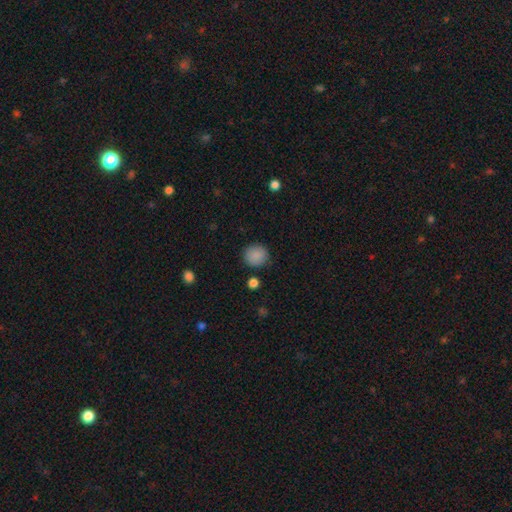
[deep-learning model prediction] The model was most divided on "how rounded": round: 89%, in between: 10%, cigar-shaped: 1%. More confident: merging — none (88%); smooth or featured — smooth (88%).